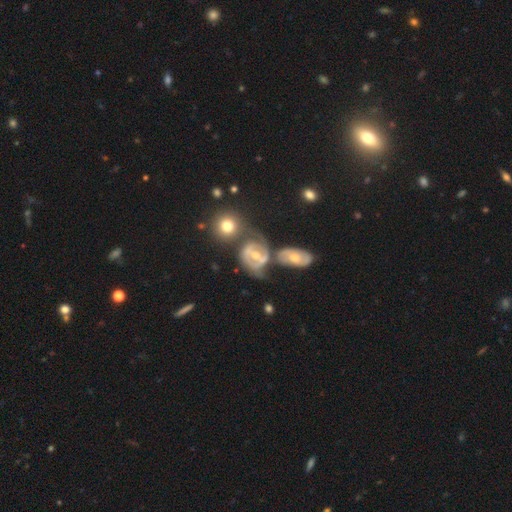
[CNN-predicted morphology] smooth-or-featured: featured or disk: 72% | smooth: 20% | star or artifact: 8%
  disk-edge-on: no: 95% | yes: 5%
    bar: weak: 40% | strong: 31% | no: 29%
    has-spiral-arms: yes: 74% | no: 26%
      spiral-winding: medium: 44% | tight: 36% | loose: 20%
      spiral-arm-count: 2: 68% | can't tell: 19% | 1: 6% | 3: 4% | 4: 2% | more than 4: 2%
    bulge-size: moderate: 60% | small: 35% | large: 3% | none: 1% | dominant: 1%
  merging: none: 39% | merger: 27% | minor disturbance: 19% | major disturbance: 15%